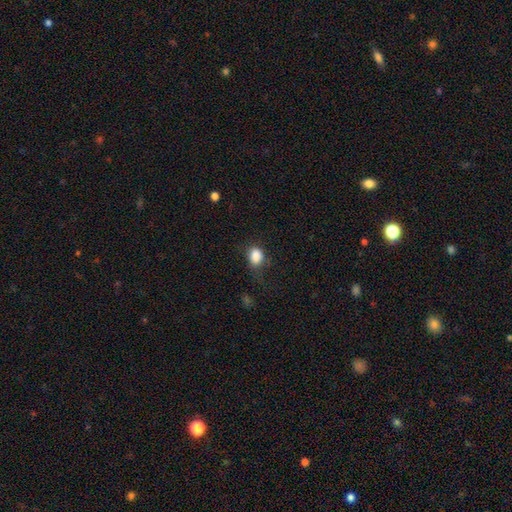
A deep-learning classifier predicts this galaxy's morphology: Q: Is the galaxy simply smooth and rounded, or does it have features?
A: smooth — 86%.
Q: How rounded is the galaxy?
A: in between — 58%.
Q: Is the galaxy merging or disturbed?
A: none — 60%.